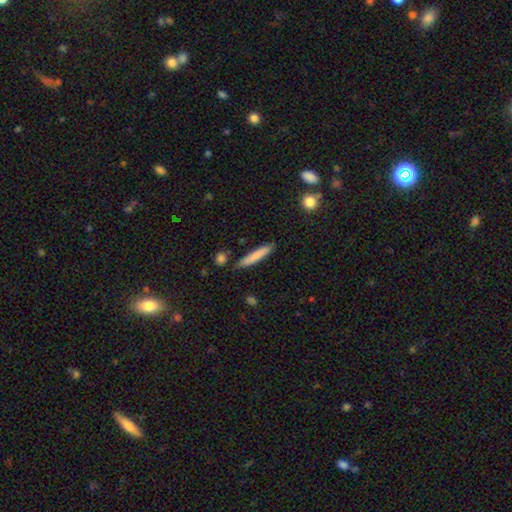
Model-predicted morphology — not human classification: The model was most divided on "smooth or featured": smooth: 79%, featured or disk: 15%, star or artifact: 6%. More confident: how rounded — cigar-shaped (92%); merging — none (84%).